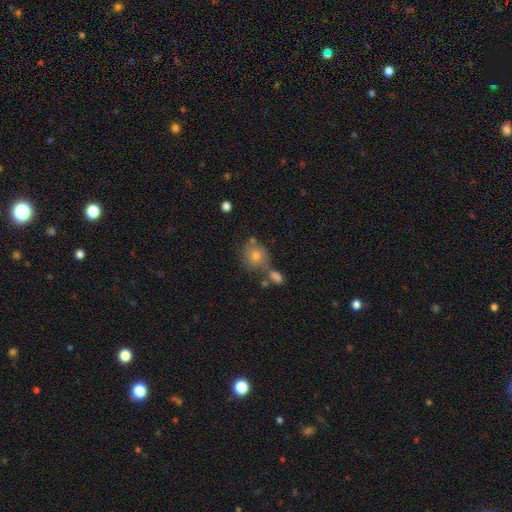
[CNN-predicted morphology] Smooth or featured?
  - smooth: 63% *
  - featured or disk: 21%
  - star or artifact: 16%
How rounded?
  - round: 81% *
  - in between: 18%
  - cigar-shaped: 1%
Merging?
  - none: 57% *
  - merger: 23%
  - minor disturbance: 14%
  - major disturbance: 6%